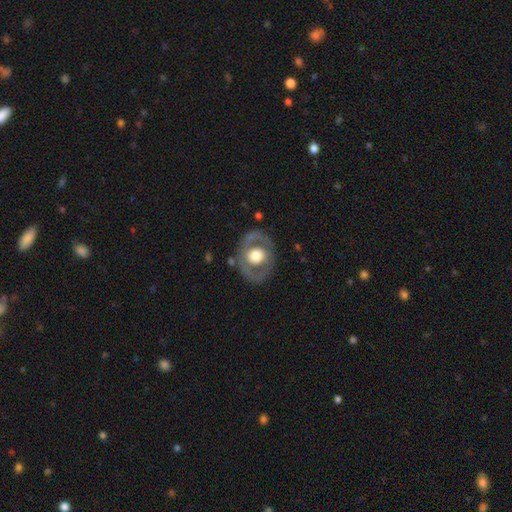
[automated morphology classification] This is possibly a featured or disk galaxy (59%). It is clearly not viewed edge-on (94%). Bar: clearly no (81%). Spiral arm pattern: likely no (76%). Central bulge: possibly large (48%). Merging: likely none (76%).